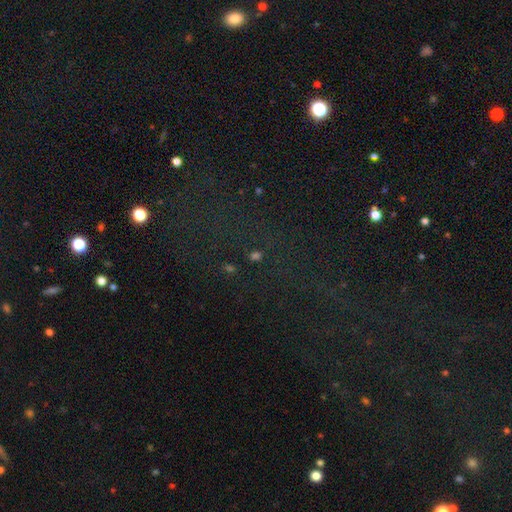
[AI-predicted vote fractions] Smooth or featured: star or artifact — 58% (smooth — 32%)